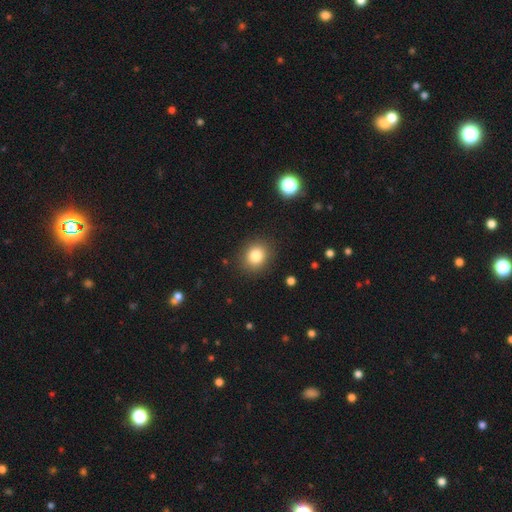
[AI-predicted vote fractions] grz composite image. It shows a smooth galaxy with no disk features (82%) that is round (75%). Merging: none (88%).